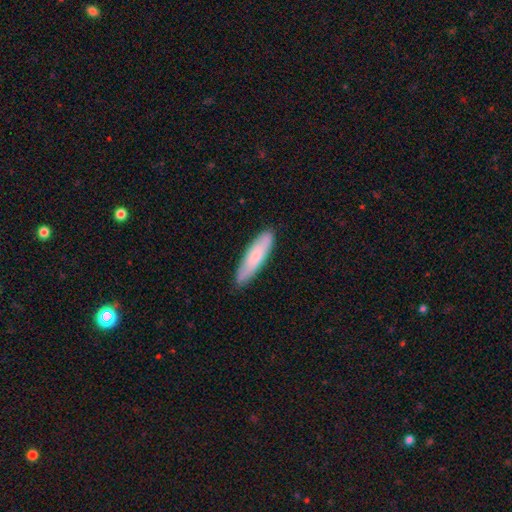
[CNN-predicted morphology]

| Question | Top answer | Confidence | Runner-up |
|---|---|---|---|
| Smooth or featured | smooth | 75% | featured or disk (20%) |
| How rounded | cigar-shaped | 75% | in between (23%) |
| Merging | none | 85% | minor disturbance (12%) |